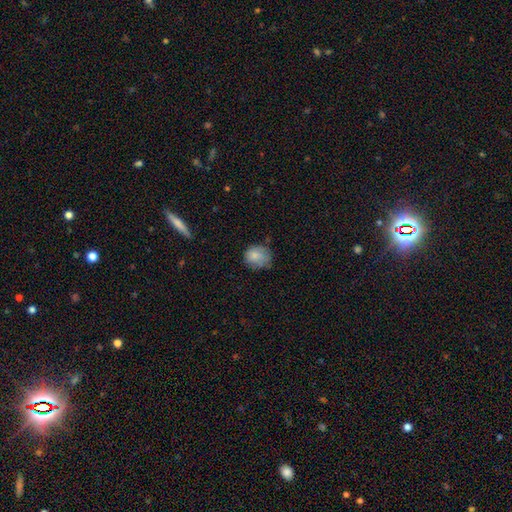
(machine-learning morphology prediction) smooth-or-featured: smooth: 82% | featured or disk: 9% | star or artifact: 9%
  how-rounded: round: 66% | in between: 33% | cigar-shaped: 1%
  merging: none: 60% | minor disturbance: 30% | major disturbance: 8% | merger: 2%